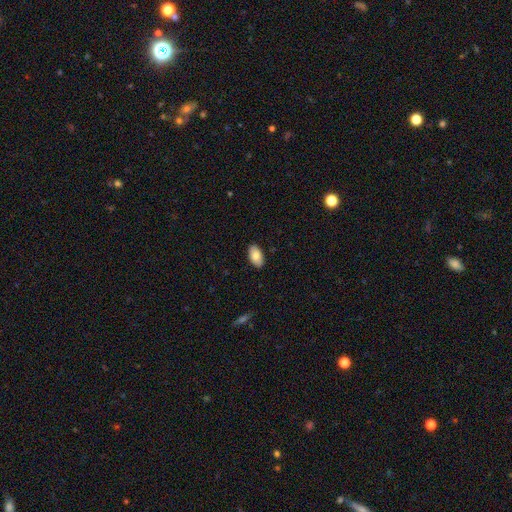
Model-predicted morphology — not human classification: A smooth galaxy with no disk features (82%) that is in between round and cigar-shaped (95%).

Vote fractions:
- Smooth or featured? smooth: 82% / featured or disk: 11% / star or artifact: 6%
- How rounded? in between: 95% / round: 3% / cigar-shaped: 2%
- Merging? none: 89% / minor disturbance: 9% / major disturbance: 2% / merger: 1%